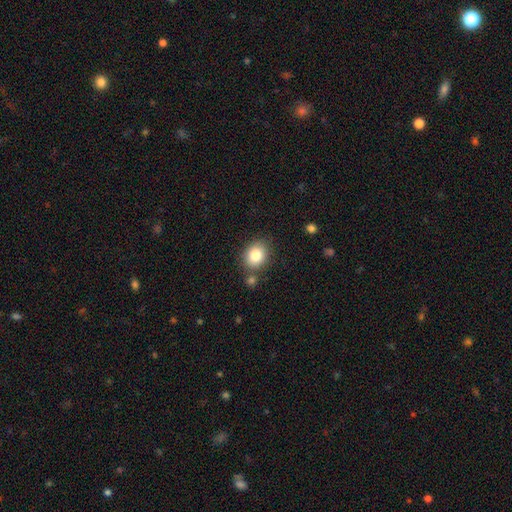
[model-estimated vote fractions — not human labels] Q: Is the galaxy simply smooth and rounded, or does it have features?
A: smooth — 82%.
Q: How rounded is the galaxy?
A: round — 53%.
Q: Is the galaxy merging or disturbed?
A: none — 75%.